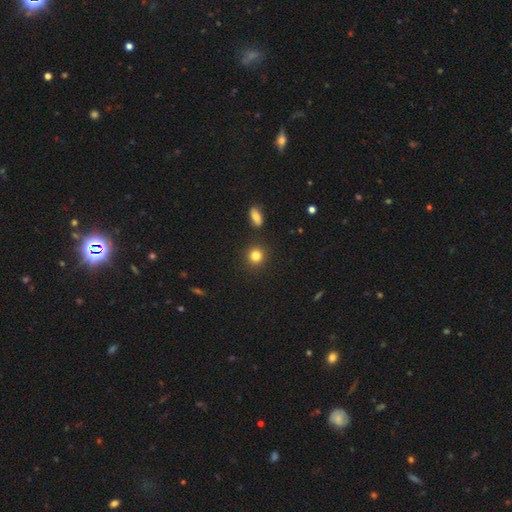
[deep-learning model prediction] smooth-or-featured: smooth: 83% | star or artifact: 11% | featured or disk: 6%
  how-rounded: round: 88% | in between: 11% | cigar-shaped: 1%
  merging: none: 89% | minor disturbance: 6% | merger: 3% | major disturbance: 2%